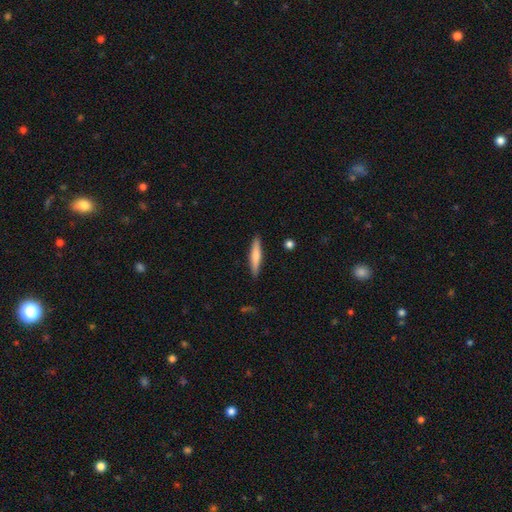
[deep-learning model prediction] Smooth or featured?
  - smooth: 66% *
  - featured or disk: 28%
  - star or artifact: 5%
How rounded?
  - cigar-shaped: 89% *
  - in between: 9%
  - round: 1%
Merging?
  - none: 89% *
  - minor disturbance: 8%
  - major disturbance: 2%
  - merger: 1%